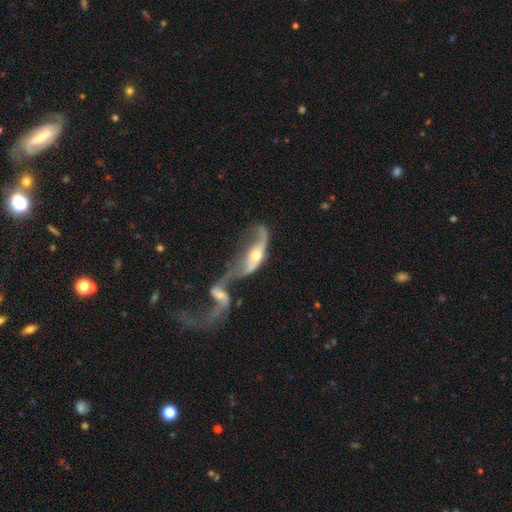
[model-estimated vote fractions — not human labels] This is likely a featured or disk galaxy (70%). It is likely not viewed edge-on (80%). Bar: likely no (62%). Spiral arm pattern: likely yes (67%). Central bulge: likely moderate (63%). Merging: likely merger (74%).